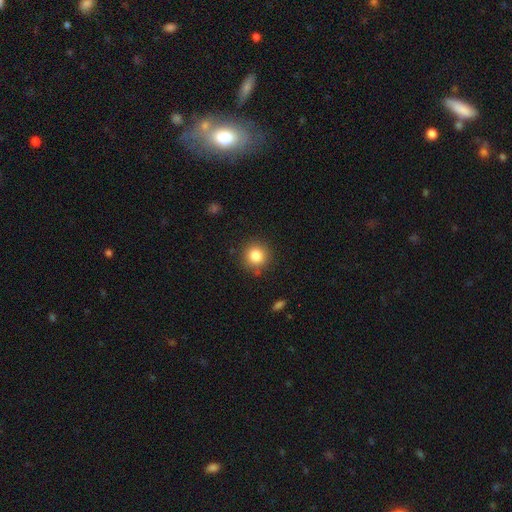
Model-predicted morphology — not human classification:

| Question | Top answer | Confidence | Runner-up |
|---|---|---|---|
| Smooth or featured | smooth | 84% | star or artifact (10%) |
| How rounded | round | 92% | in between (7%) |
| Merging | none | 86% | minor disturbance (9%) |